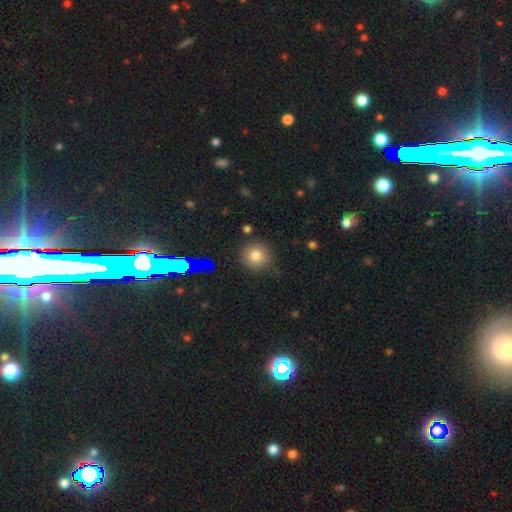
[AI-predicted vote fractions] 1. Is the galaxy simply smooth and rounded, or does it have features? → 78% smooth, 15% star or artifact, 7% featured or disk.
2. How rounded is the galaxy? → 91% round, 8% in between, 1% cigar-shaped.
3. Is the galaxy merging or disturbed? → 82% none, 11% minor disturbance, 3% major disturbance, 3% merger.